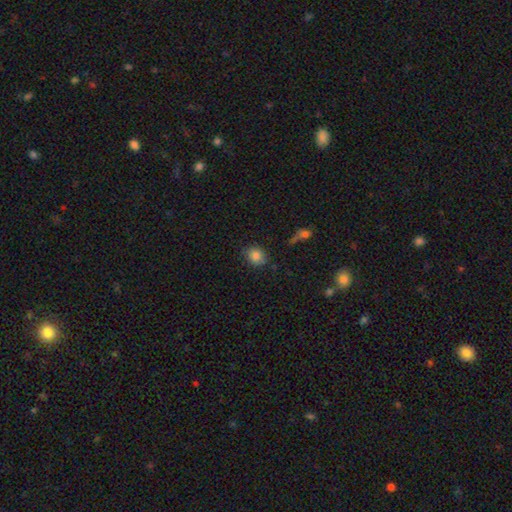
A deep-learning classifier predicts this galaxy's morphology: smooth-or-featured: smooth: 84% | star or artifact: 10% | featured or disk: 6%
  how-rounded: round: 63% | in between: 36% | cigar-shaped: 1%
  merging: none: 79% | minor disturbance: 14% | major disturbance: 4% | merger: 3%